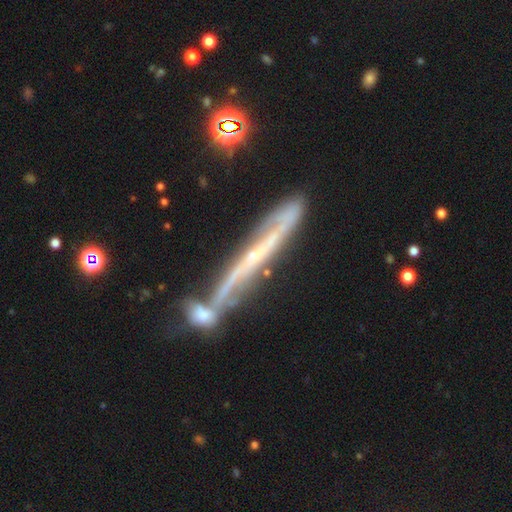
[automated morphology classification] A featured or disk galaxy (79%) viewed edge-on (84%) with no central bulge (61%). Merging: none (57%).